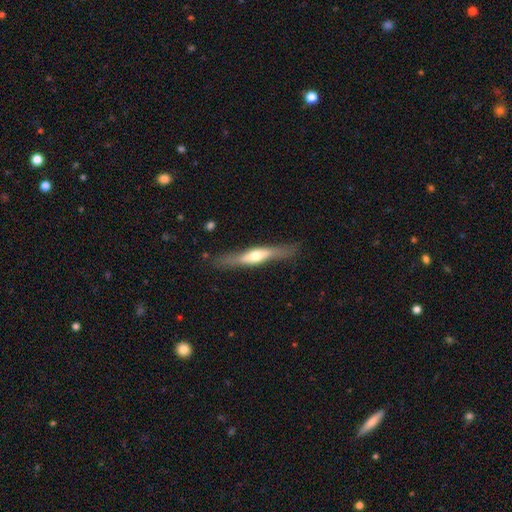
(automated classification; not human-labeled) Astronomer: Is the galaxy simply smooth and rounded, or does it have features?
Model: featured or disk — 62%.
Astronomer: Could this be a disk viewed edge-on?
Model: yes — 89%.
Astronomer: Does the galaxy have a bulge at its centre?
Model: rounded — 87%.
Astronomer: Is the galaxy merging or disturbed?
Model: none — 80%.